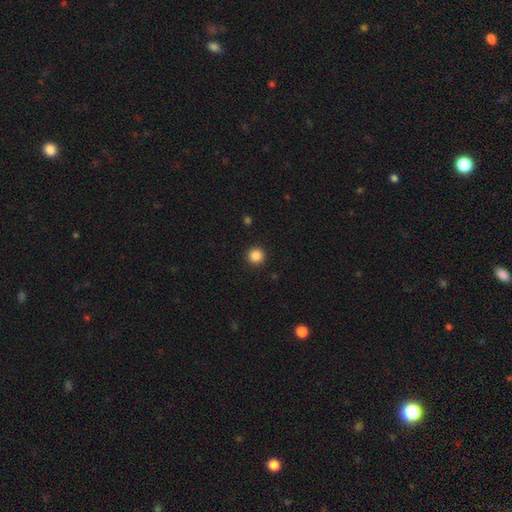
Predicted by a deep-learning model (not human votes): Smooth or featured: smooth — 86% (star or artifact — 11%)
How rounded: round — 96% (in between — 3%)
Merging: none — 93% (minor disturbance — 5%)